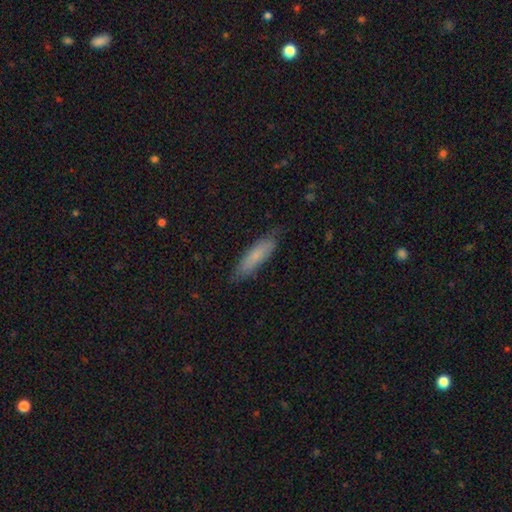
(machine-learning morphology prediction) The model was most divided on "how rounded": cigar-shaped: 69%, in between: 30%, round: 2%. More confident: merging — none (79%); smooth or featured — smooth (74%).